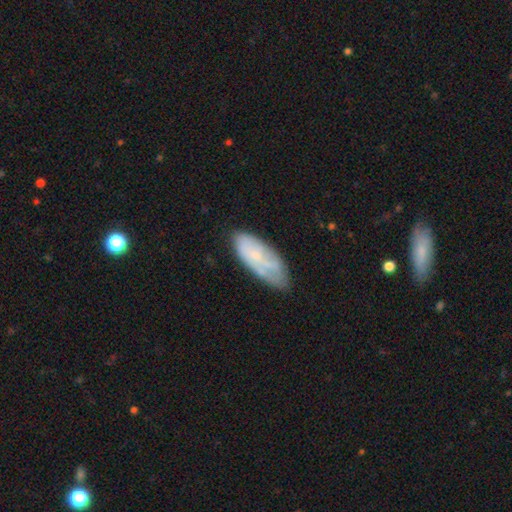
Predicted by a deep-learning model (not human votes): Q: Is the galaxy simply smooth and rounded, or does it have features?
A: smooth — 51%.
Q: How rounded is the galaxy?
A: in between — 80%.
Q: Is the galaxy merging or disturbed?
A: none — 61%.